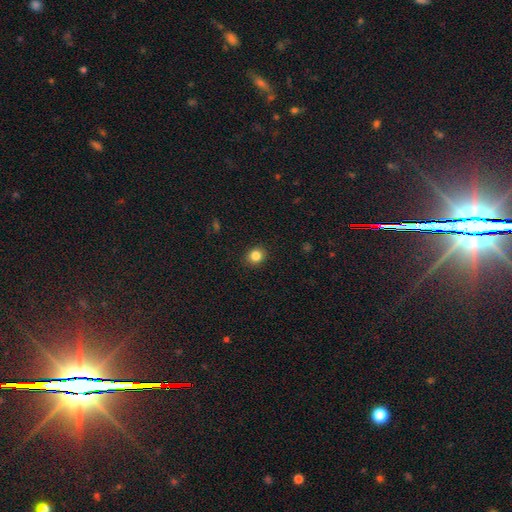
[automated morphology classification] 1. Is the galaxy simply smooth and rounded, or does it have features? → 83% smooth, 11% star or artifact, 5% featured or disk.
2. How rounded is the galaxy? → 76% round, 23% in between, 1% cigar-shaped.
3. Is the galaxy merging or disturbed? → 90% none, 7% minor disturbance, 2% major disturbance, 1% merger.